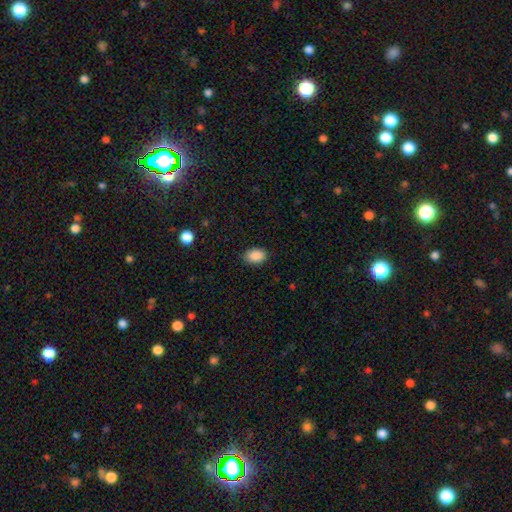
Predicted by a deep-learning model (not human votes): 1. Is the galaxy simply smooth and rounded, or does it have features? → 90% smooth, 8% star or artifact, 3% featured or disk.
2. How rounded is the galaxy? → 85% in between, 14% round, 1% cigar-shaped.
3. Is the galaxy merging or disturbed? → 87% none, 10% minor disturbance, 2% major disturbance, 1% merger.